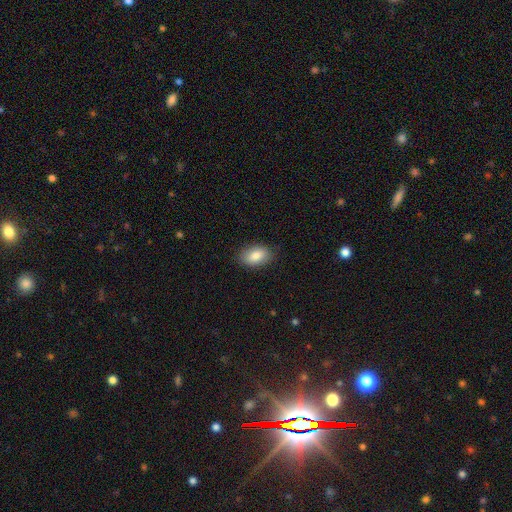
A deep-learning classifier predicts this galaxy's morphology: A smooth galaxy with no disk features (85%) that is in between round and cigar-shaped (90%).

Vote fractions:
- Smooth or featured? smooth: 85% / featured or disk: 8% / star or artifact: 7%
- How rounded? in between: 90% / round: 8% / cigar-shaped: 2%
- Merging? none: 86% / minor disturbance: 11% / major disturbance: 2% / merger: 1%